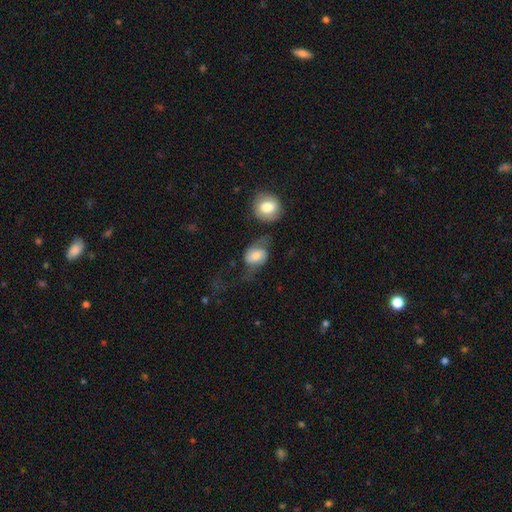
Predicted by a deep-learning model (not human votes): smooth 49%, featured or disk 43%, star or artifact 8%. Down the decision tree: merging — major disturbance (32%).